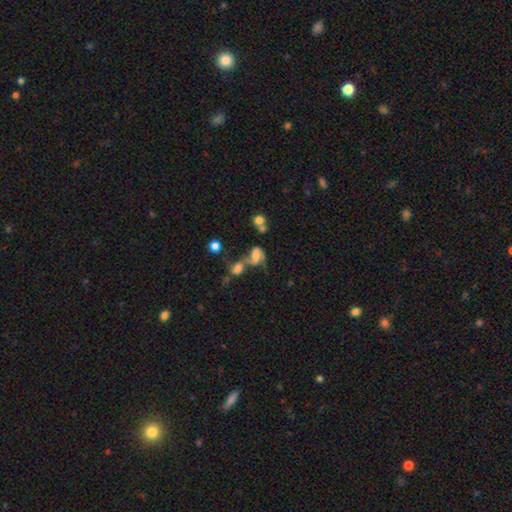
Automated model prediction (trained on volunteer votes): smooth_or_featured: featured or disk (p=0.46) [alt: smooth p=0.39]
merging: merger (p=0.56) [alt: none p=0.19]